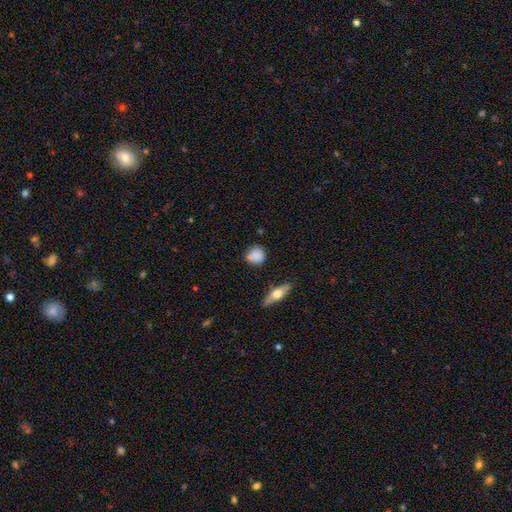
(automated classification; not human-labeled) smooth_or_featured: smooth (p=0.84) [alt: star or artifact p=0.08]
how_rounded: round (p=0.80) [alt: in between p=0.17]
merging: none (p=0.77) [alt: minor disturbance p=0.16]